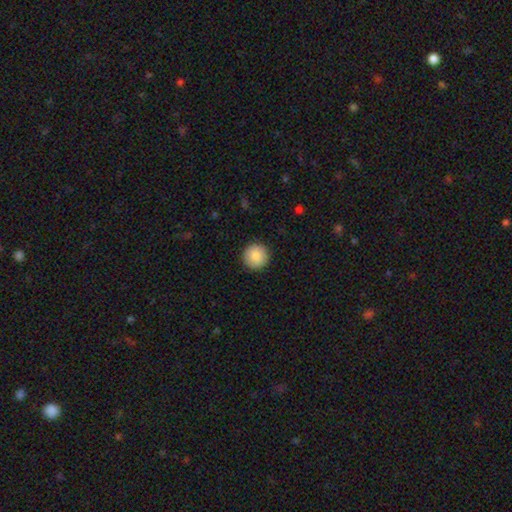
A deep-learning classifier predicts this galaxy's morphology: smooth-or-featured: smooth: 86% | star or artifact: 8% | featured or disk: 6%
  how-rounded: round: 96% | in between: 3% | cigar-shaped: 1%
  merging: none: 92% | minor disturbance: 5% | major disturbance: 2% | merger: 1%